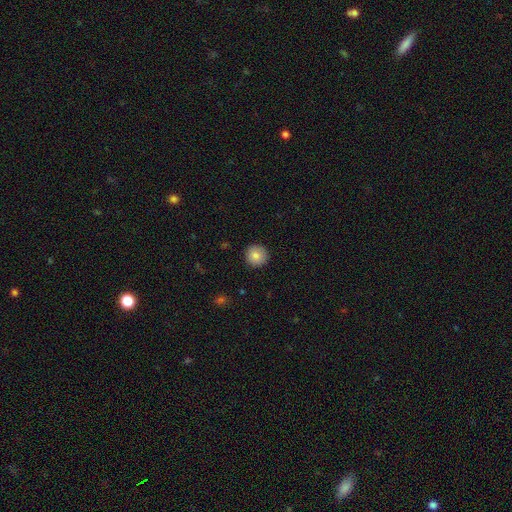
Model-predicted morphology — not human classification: Smooth or featured: smooth — 85% (star or artifact — 8%)
How rounded: round — 95% (in between — 4%)
Merging: none — 92% (minor disturbance — 5%)